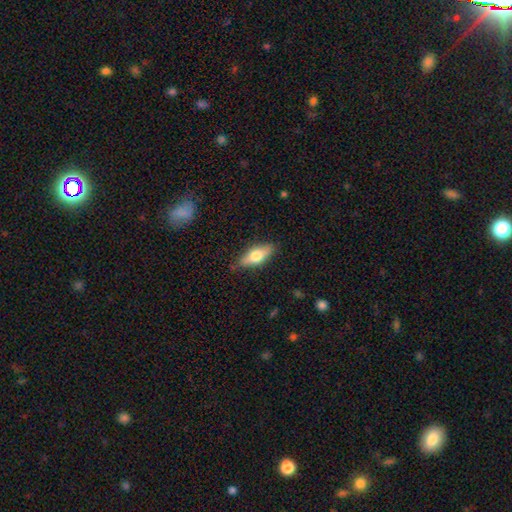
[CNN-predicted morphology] A smooth galaxy with no disk features (62%) that is in between round and cigar-shaped (70%).

Vote fractions:
- Smooth or featured? smooth: 62% / featured or disk: 31% / star or artifact: 6%
- How rounded? in between: 70% / cigar-shaped: 26% / round: 3%
- Merging? none: 83% / minor disturbance: 13% / major disturbance: 3% / merger: 1%